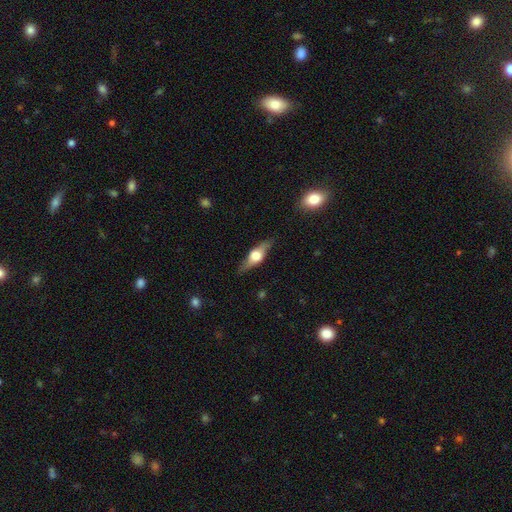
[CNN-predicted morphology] Smooth or featured: featured or disk — 65% (smooth — 29%)
Edge-on disk: yes — 94% (no — 6%)
Edge-on bulge: rounded — 93% (boxy — 6%)
Merging: none — 85% (minor disturbance — 11%)